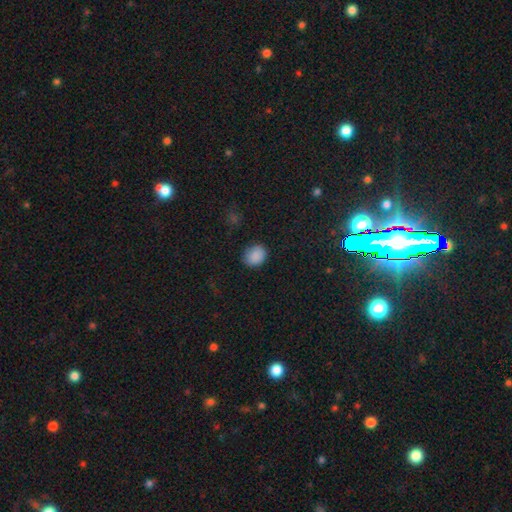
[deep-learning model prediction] Smooth or featured? Predicted: smooth (p=0.88). How rounded? Predicted: round (p=0.56). Merging? Predicted: none (p=0.84).